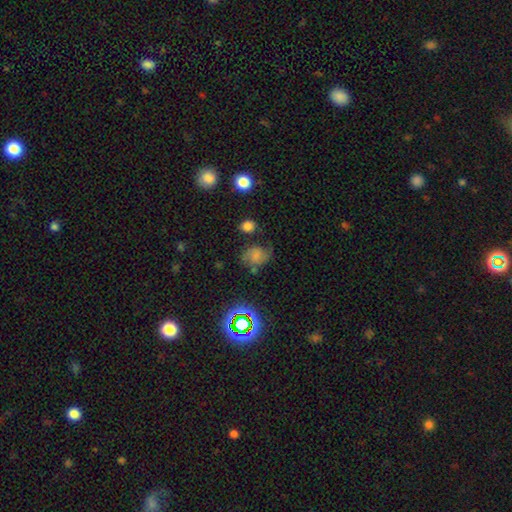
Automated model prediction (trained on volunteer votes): This appears to be a smooth galaxy with no disk features (49%). Merging: none (54%).